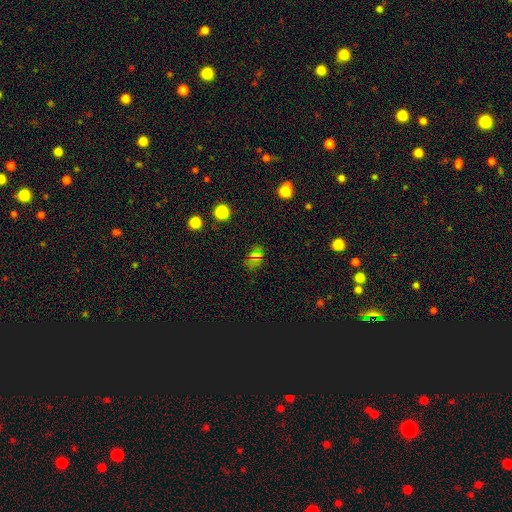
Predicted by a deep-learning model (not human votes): A smooth galaxy with no disk features (53%) that is in between round and cigar-shaped (53%). Merging: none (81%).